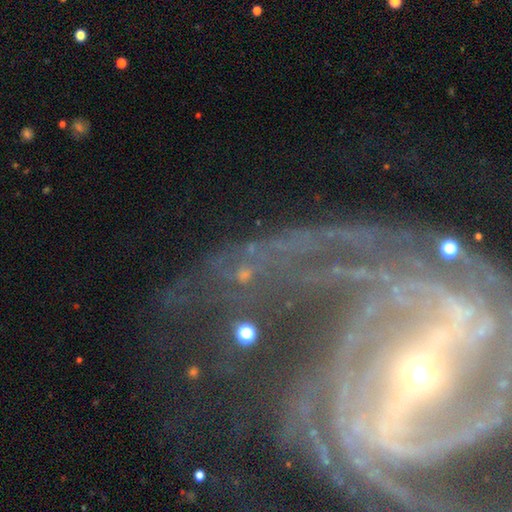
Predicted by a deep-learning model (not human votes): smooth_or_featured: featured or disk (p=0.86) [alt: star or artifact p=0.09]
disk_edge_on: no (p=0.96) [alt: yes p=0.04]
bar: strong (p=0.55) [alt: weak p=0.25]
has_spiral_arms: yes (p=0.95) [alt: no p=0.05]
spiral_winding: tight (p=0.50) [alt: medium p=0.35]
spiral_arm_count: 2 (p=0.27) [alt: can't tell p=0.21]
bulge_size: small (p=0.76) [alt: moderate p=0.18]
merging: none (p=0.56) [alt: major disturbance p=0.24]